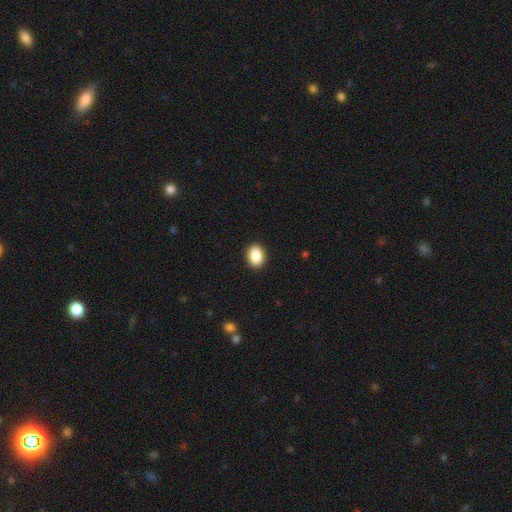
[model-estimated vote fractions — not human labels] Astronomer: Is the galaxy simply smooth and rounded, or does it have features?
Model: smooth — 88%.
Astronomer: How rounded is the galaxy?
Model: in between — 74%.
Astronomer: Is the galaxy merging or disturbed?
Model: none — 91%.